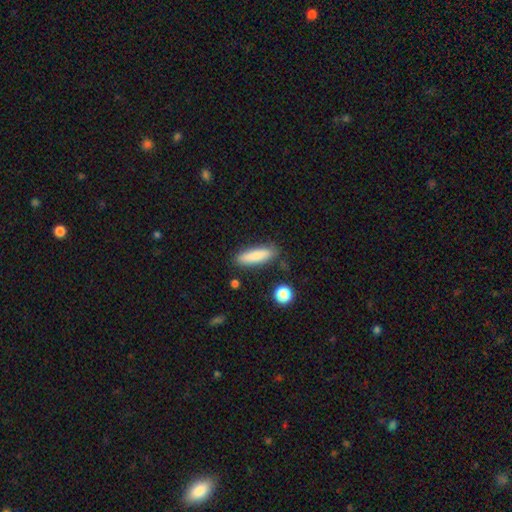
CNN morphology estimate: Q: Smooth or featured?
A: smooth (83%); runner-up: featured or disk (10%)
Q: How rounded?
A: cigar-shaped (62%); runner-up: in between (36%)
Q: Merging?
A: none (83%); runner-up: minor disturbance (11%)